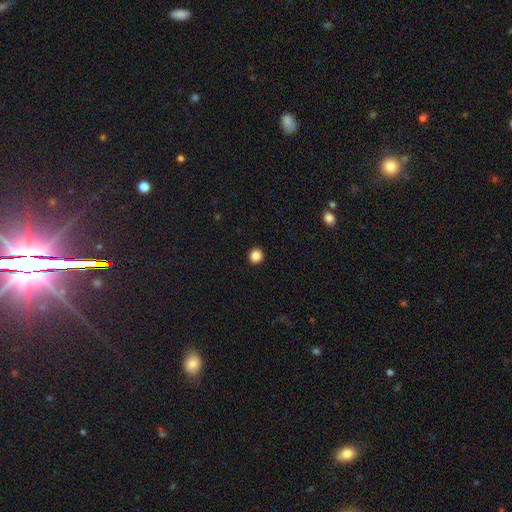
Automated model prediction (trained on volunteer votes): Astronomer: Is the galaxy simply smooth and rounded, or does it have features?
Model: smooth — 87%.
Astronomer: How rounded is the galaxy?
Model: round — 94%.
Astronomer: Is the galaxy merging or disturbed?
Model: none — 94%.